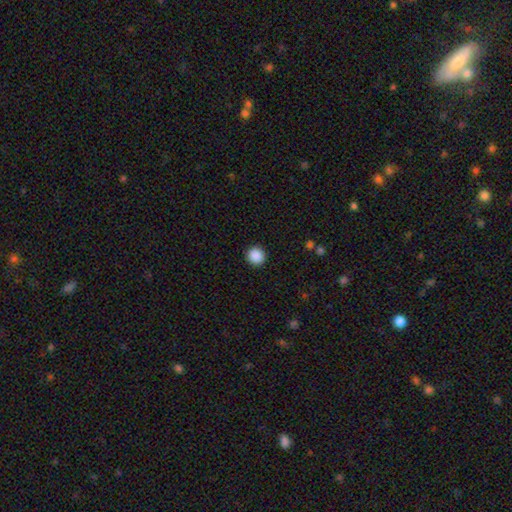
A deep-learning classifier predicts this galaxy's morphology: A smooth galaxy with no disk features (89%) that is round (94%). Merging: none (93%).